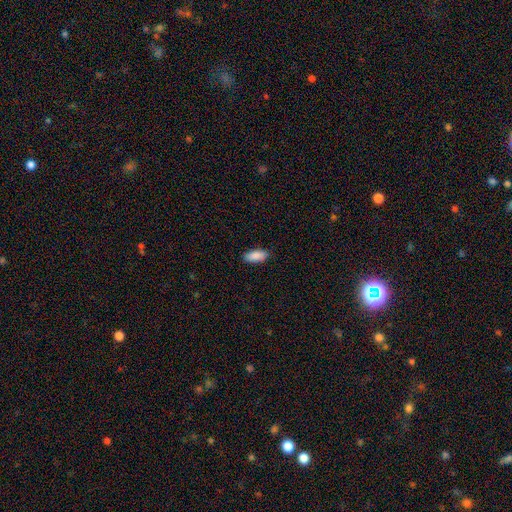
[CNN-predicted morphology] Q: Smooth or featured?
A: smooth (90%); runner-up: star or artifact (6%)
Q: How rounded?
A: in between (85%); runner-up: cigar-shaped (13%)
Q: Merging?
A: none (88%); runner-up: minor disturbance (9%)